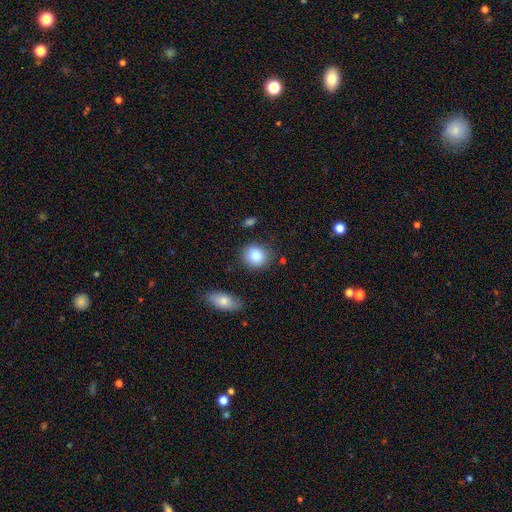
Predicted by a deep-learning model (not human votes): Overall: smooth (86%). How rounded: round (75%). Merging: none (81%).